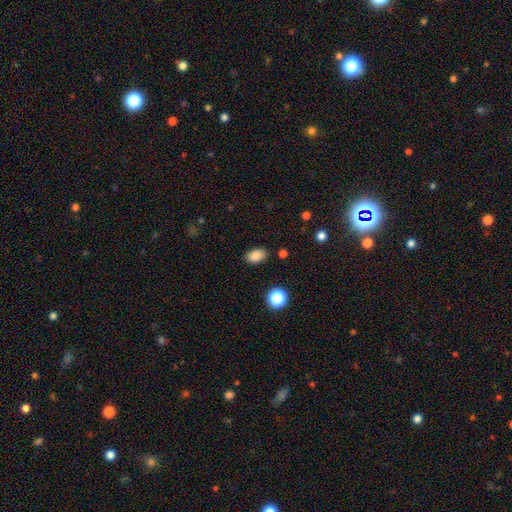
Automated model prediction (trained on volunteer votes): This is clearly a smooth galaxy (86%). How rounded: clearly in between (86%). Merging: clearly none (86%).